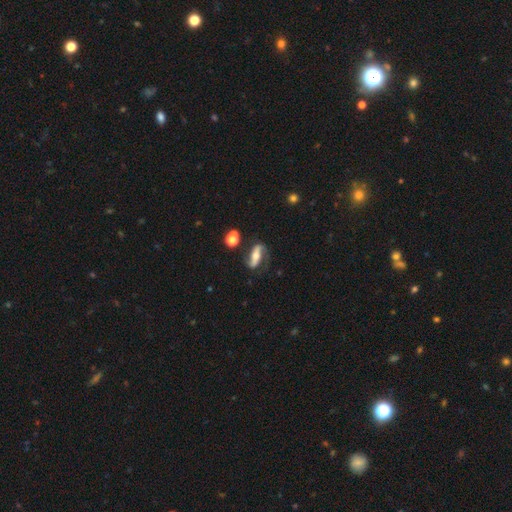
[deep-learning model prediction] smooth_or_featured: featured or disk (p=0.76) [alt: smooth p=0.17]
disk_edge_on: no (p=0.86) [alt: yes p=0.14]
bar: strong (p=0.50) [alt: no p=0.31]
has_spiral_arms: yes (p=0.91) [alt: no p=0.09]
spiral_winding: loose (p=0.51) [alt: medium p=0.32]
spiral_arm_count: 2 (p=0.89) [alt: can't tell p=0.04]
bulge_size: moderate (p=0.60) [alt: small p=0.28]
merging: none (p=0.69) [alt: minor disturbance p=0.17]